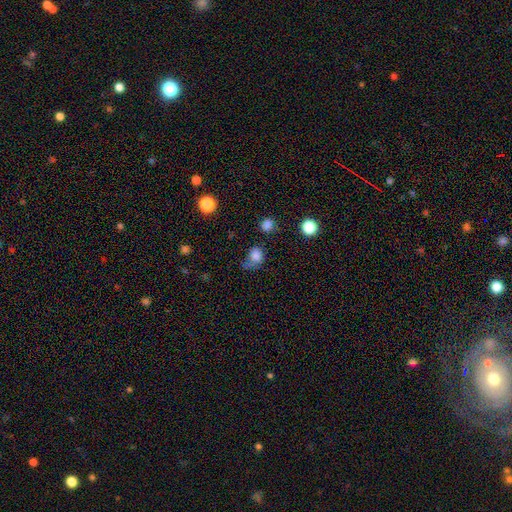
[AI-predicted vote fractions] This appears to be a smooth galaxy with no disk features (79%) that is round (60%). Merging: none (41%).